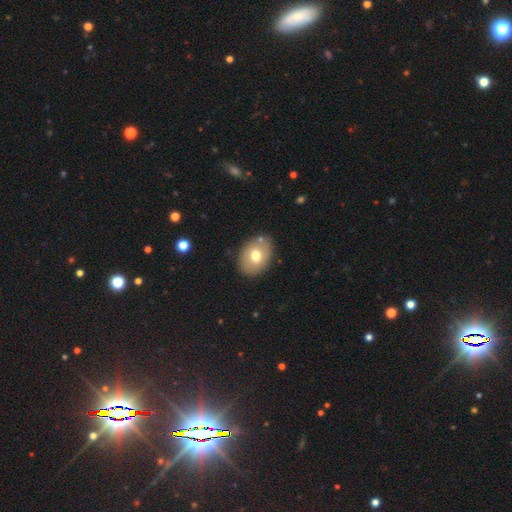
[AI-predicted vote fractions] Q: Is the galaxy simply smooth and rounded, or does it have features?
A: smooth — 70%.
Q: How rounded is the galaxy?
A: in between — 72%.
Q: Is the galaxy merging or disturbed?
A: none — 81%.